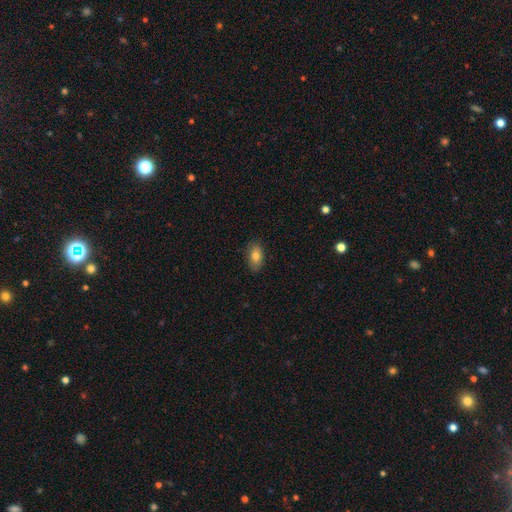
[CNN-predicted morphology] The model was most divided on "smooth or featured": smooth: 82%, featured or disk: 10%, star or artifact: 8%. More confident: how rounded — in between (90%); merging — none (86%).